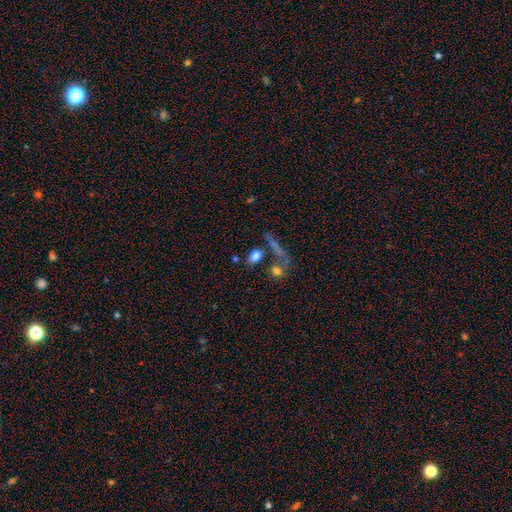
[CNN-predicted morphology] smooth 79%, featured or disk 11%, star or artifact 10%. Down the decision tree: how rounded — in between (73%); merging — none (63%).